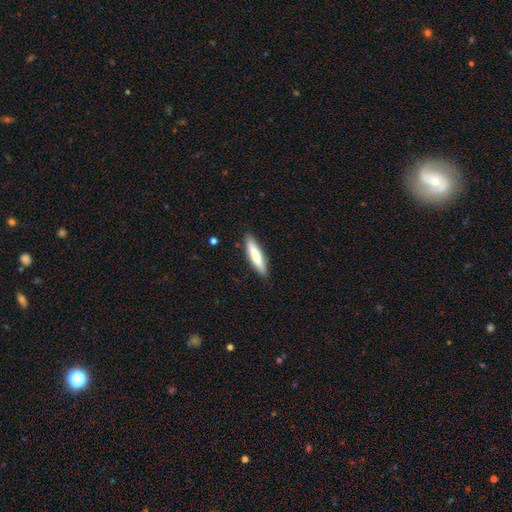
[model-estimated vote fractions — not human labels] Smooth or featured: smooth — 77% (featured or disk — 18%)
How rounded: cigar-shaped — 83% (in between — 16%)
Merging: none — 88% (minor disturbance — 9%)